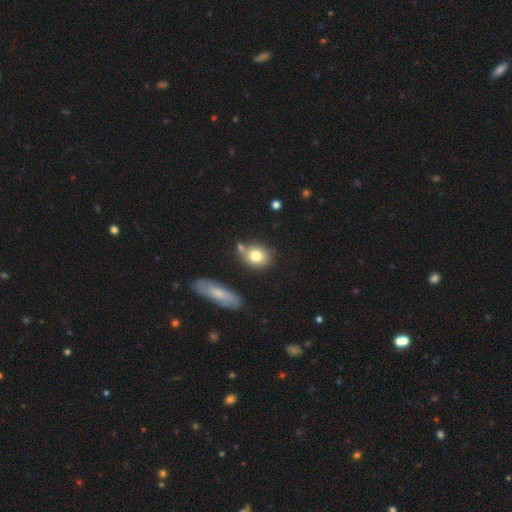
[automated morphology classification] Smooth or featured? smooth (79%)
How rounded? round (53%)
Merging? none (59%)